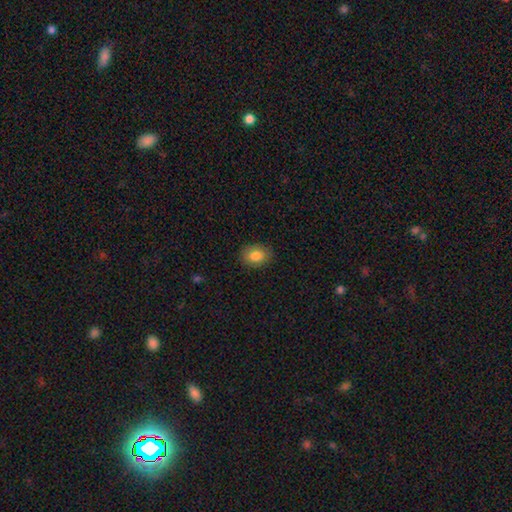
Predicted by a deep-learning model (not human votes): Smooth or featured?
  - smooth: 84% *
  - featured or disk: 8%
  - star or artifact: 8%
How rounded?
  - in between: 61% *
  - round: 38%
  - cigar-shaped: 1%
Merging?
  - none: 87% *
  - minor disturbance: 10%
  - major disturbance: 2%
  - merger: 1%